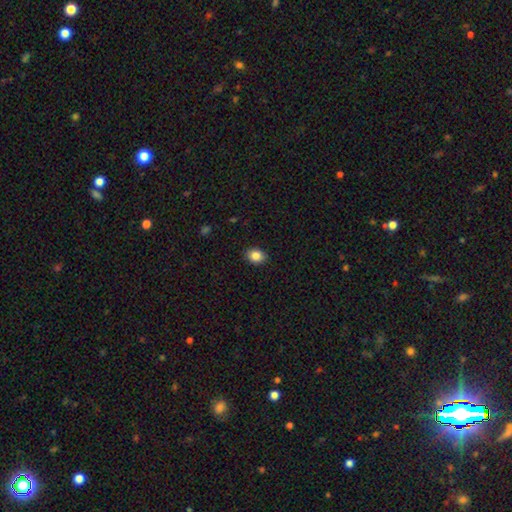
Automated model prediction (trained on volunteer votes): Smooth or featured? smooth (85%)
How rounded? in between (55%)
Merging? none (90%)